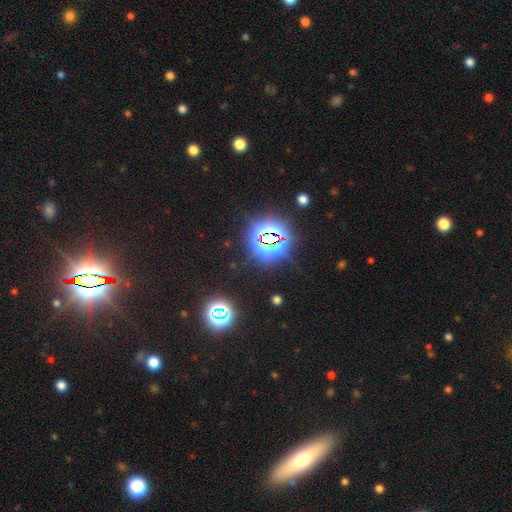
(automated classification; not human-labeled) This is likely a star or artifact rather than a galaxy (75%).